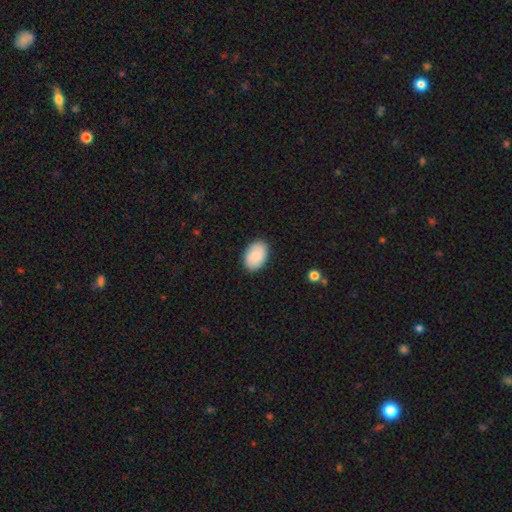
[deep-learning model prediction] Overall: smooth (88%). How rounded: in between (88%). Merging: none (88%).